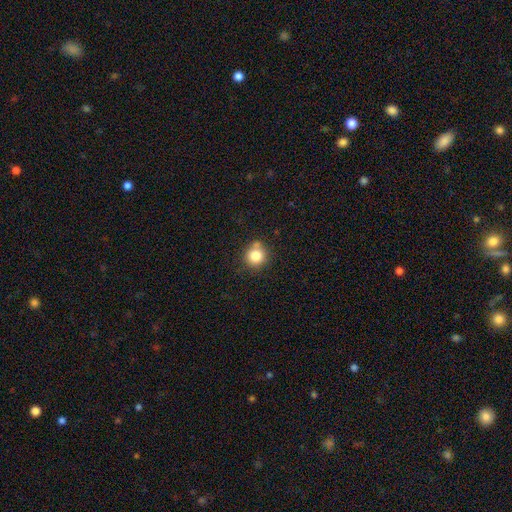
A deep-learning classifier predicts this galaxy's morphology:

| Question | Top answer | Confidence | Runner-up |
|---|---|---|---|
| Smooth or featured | smooth | 81% | star or artifact (11%) |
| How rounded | round | 90% | in between (9%) |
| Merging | none | 71% | minor disturbance (16%) |